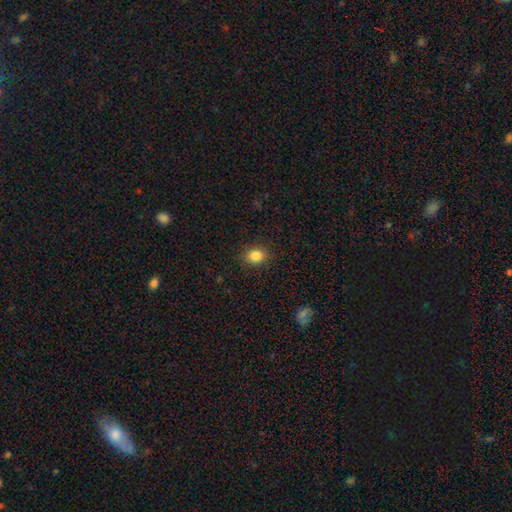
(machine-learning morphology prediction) This is clearly a smooth galaxy (85%). How rounded: possibly round (52%). Merging: clearly none (89%).